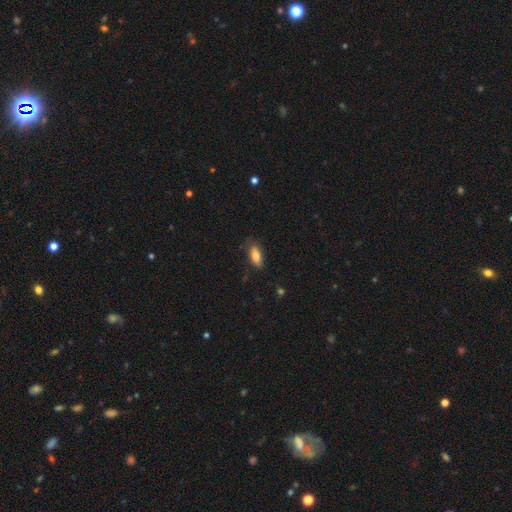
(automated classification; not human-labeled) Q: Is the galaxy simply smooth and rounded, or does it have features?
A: smooth — 78%.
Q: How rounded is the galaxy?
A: in between — 77%.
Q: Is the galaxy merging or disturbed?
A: none — 74%.